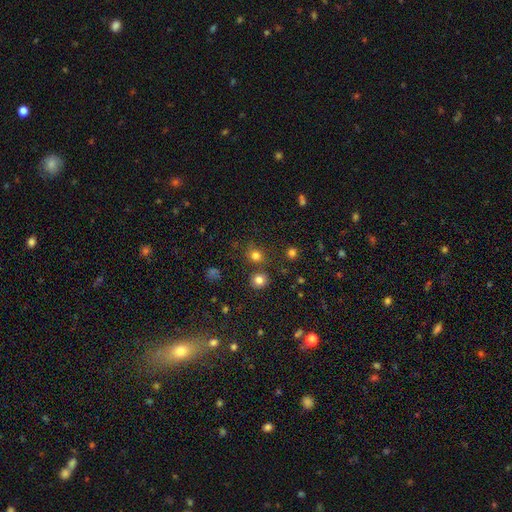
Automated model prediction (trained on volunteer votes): smooth_or_featured: smooth (p=0.77) [alt: star or artifact p=0.17]
how_rounded: round (p=0.84) [alt: in between p=0.15]
merging: none (p=0.74) [alt: merger p=0.12]